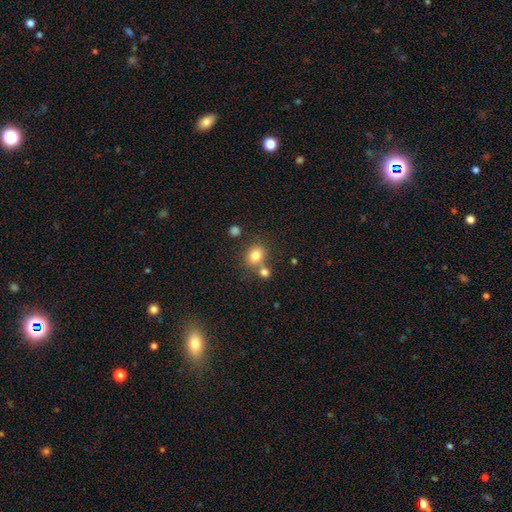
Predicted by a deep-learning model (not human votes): This is clearly a smooth galaxy (80%). How rounded: likely round (66%). Merging: possibly none (60%).